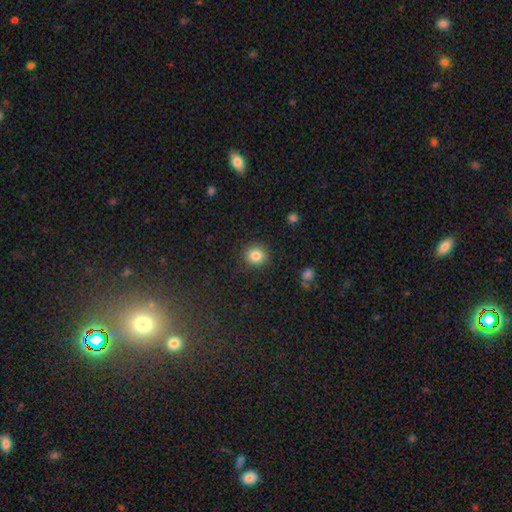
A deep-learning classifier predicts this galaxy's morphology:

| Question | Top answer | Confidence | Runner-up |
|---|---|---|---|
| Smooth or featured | smooth | 85% | star or artifact (10%) |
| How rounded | round | 88% | in between (11%) |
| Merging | none | 90% | minor disturbance (7%) |